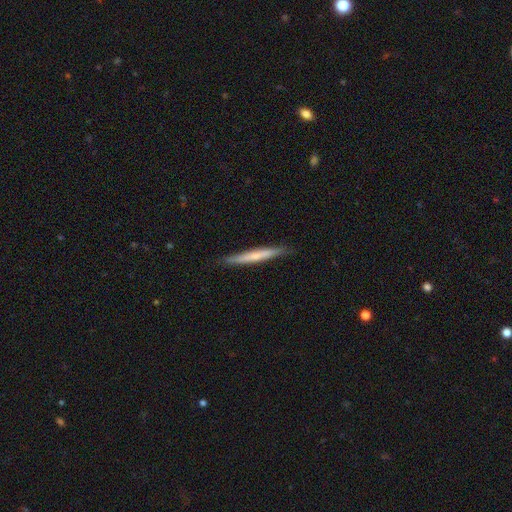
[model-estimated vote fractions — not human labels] Q: Smooth or featured?
A: smooth (51%); runner-up: featured or disk (44%)
Q: How rounded?
A: cigar-shaped (96%); runner-up: in between (3%)
Q: Merging?
A: none (88%); runner-up: minor disturbance (9%)